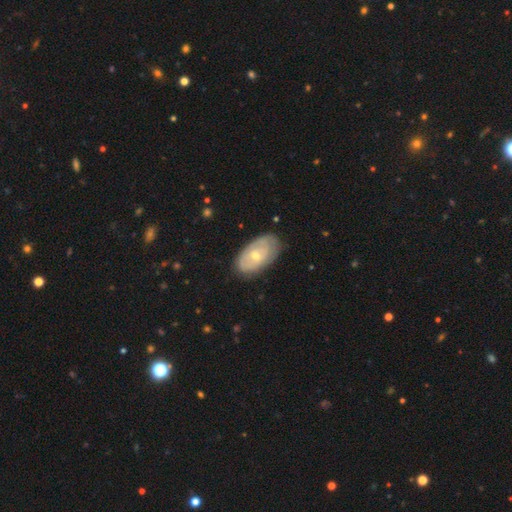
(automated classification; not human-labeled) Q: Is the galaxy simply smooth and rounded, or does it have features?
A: featured or disk — 55%.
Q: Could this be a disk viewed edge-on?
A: no — 91%.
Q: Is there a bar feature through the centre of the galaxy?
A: no — 79%.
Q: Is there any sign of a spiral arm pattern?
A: no — 53%.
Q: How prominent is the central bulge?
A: moderate — 52%.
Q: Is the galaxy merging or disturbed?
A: none — 75%.